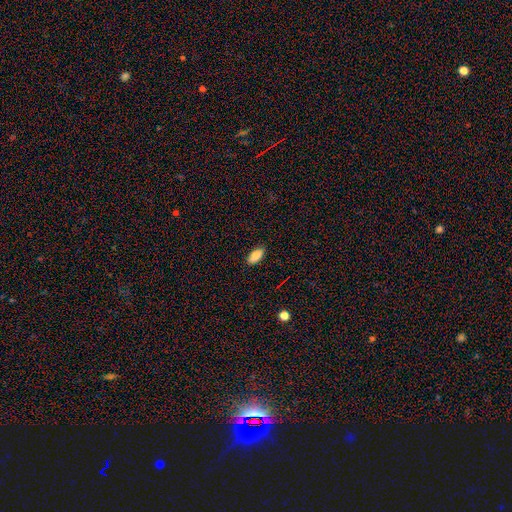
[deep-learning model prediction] Smooth or featured: smooth — 85% (star or artifact — 8%)
How rounded: in between — 90% (cigar-shaped — 7%)
Merging: none — 88% (minor disturbance — 9%)